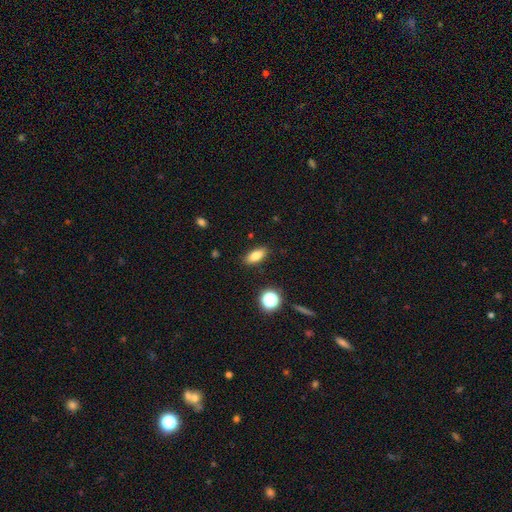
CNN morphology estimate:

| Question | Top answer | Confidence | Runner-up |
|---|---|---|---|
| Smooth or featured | smooth | 79% | featured or disk (11%) |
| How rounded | in between | 78% | cigar-shaped (17%) |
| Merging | none | 88% | minor disturbance (8%) |